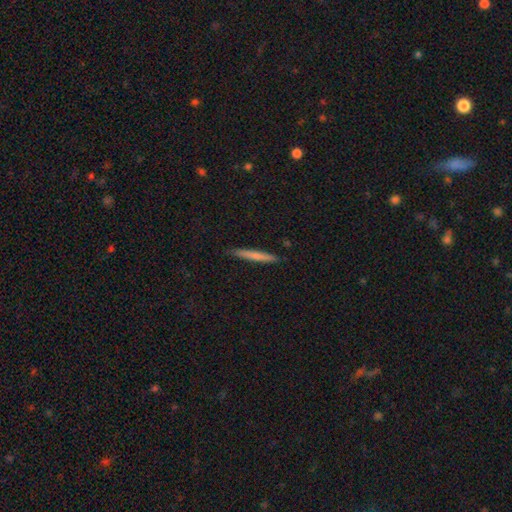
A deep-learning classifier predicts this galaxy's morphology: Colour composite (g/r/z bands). It shows a smooth galaxy with no disk features (68%) that is cigar-shaped (97%). Merging: none (89%).